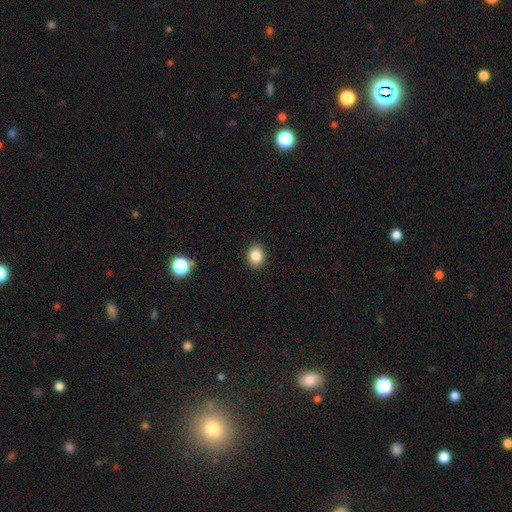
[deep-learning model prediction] A smooth galaxy with no disk features (85%) that is round (56%). Merging: none (90%).